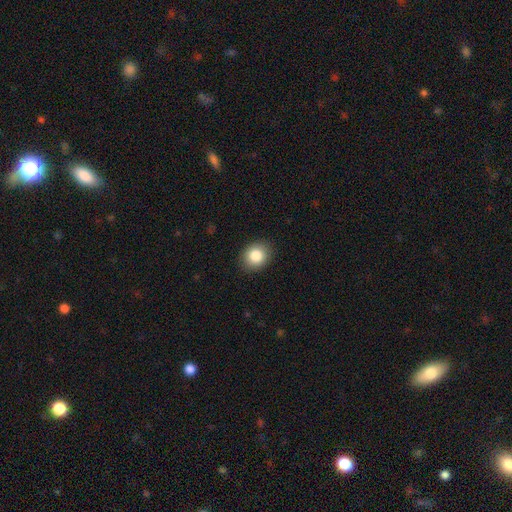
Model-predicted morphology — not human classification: Smooth or featured? Predicted: smooth (p=0.84). How rounded? Predicted: round (p=0.64). Merging? Predicted: none (p=0.89).